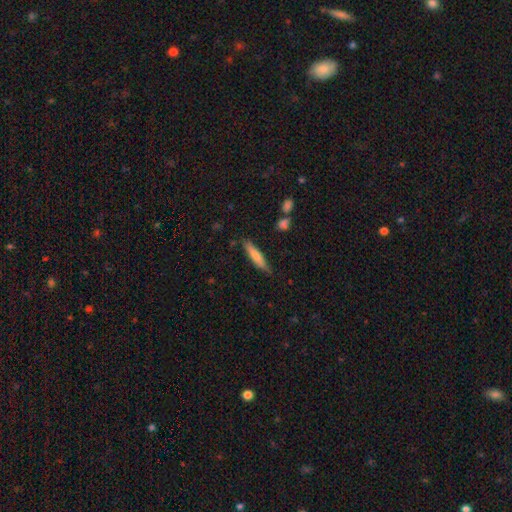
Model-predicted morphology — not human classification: type=smooth (71%); roundness=cigar-shaped (86%); merging=none (80%).